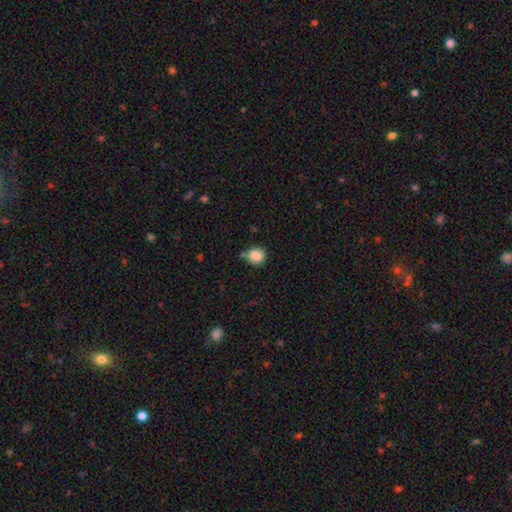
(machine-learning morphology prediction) Smooth or featured? smooth (85%)
How rounded? round (83%)
Merging? none (72%)